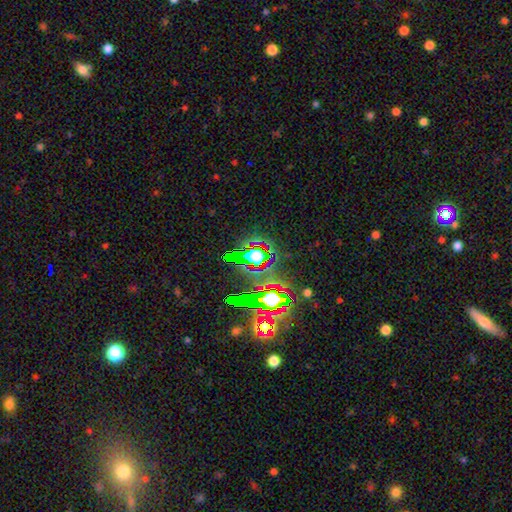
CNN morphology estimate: This appears to be a star or artifact, not a galaxy (66%).